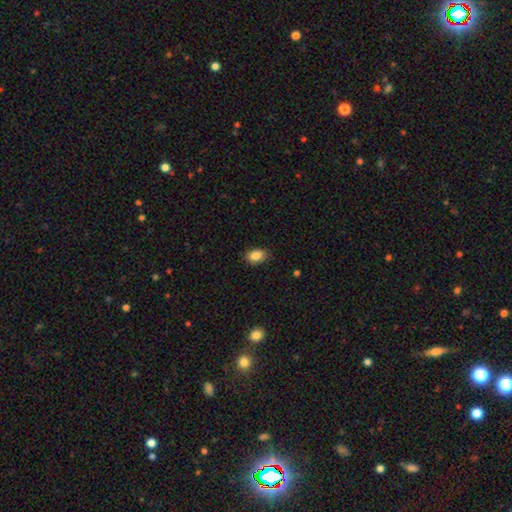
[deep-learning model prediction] A smooth galaxy with no disk features (86%) that is in between round and cigar-shaped (85%). Merging: none (85%).